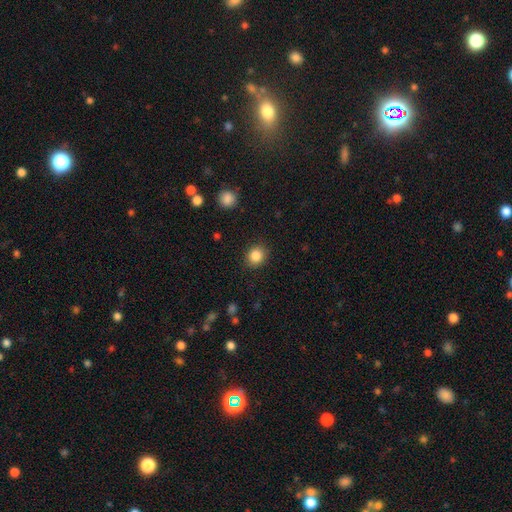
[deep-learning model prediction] Smooth or featured: smooth — 85% (star or artifact — 10%)
How rounded: round — 79% (in between — 20%)
Merging: none — 89% (minor disturbance — 8%)